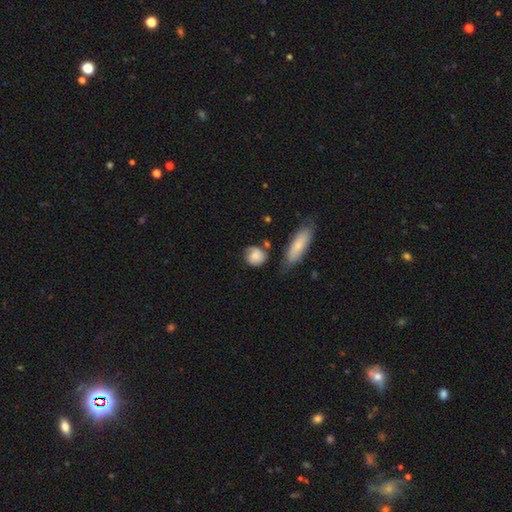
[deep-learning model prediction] Smooth or featured? smooth (66%)
How rounded? round (73%)
Merging? none (57%)